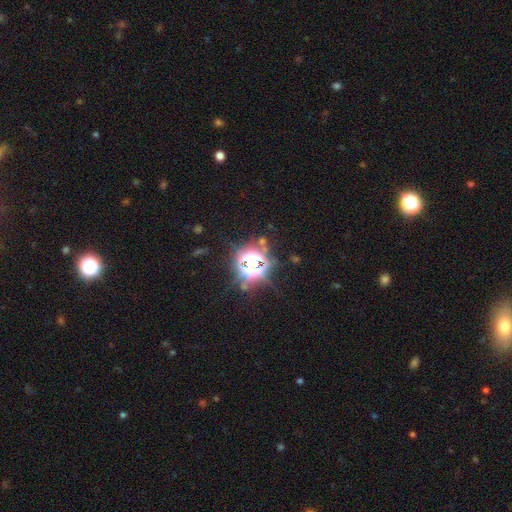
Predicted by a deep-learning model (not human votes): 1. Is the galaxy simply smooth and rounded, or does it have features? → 81% star or artifact, 12% smooth, 7% featured or disk.